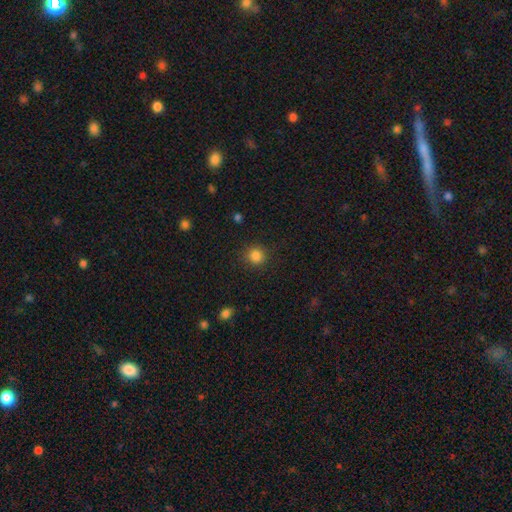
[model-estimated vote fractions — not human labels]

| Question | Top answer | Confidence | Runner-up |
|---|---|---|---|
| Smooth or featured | smooth | 84% | star or artifact (12%) |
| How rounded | round | 91% | in between (8%) |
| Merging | none | 88% | minor disturbance (8%) |